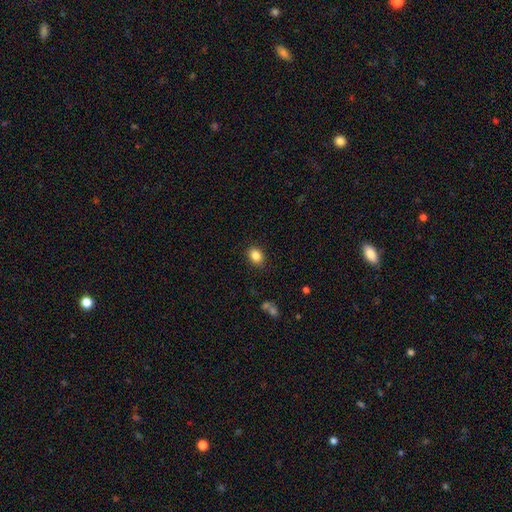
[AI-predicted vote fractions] Q: Smooth or featured?
A: smooth (85%); runner-up: star or artifact (9%)
Q: How rounded?
A: in between (61%); runner-up: round (38%)
Q: Merging?
A: none (87%); runner-up: minor disturbance (9%)